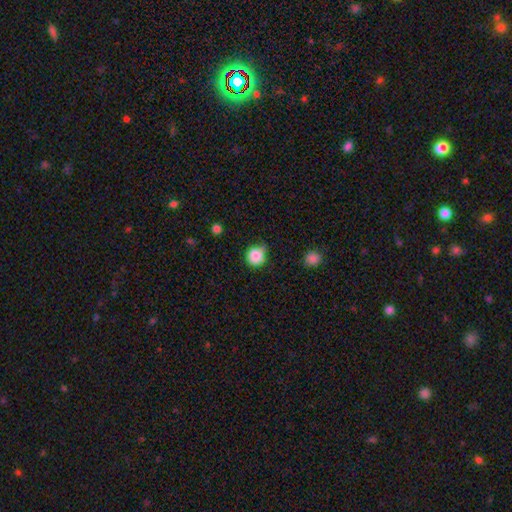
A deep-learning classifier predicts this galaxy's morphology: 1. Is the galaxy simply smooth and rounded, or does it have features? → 85% smooth, 10% star or artifact, 5% featured or disk.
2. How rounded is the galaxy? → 87% round, 12% in between, 1% cigar-shaped.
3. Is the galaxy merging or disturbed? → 56% none, 34% minor disturbance, 6% major disturbance, 4% merger.